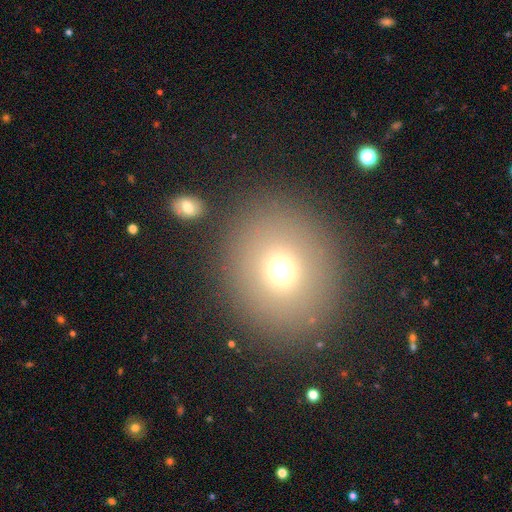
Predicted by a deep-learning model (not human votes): smooth_or_featured: smooth (p=0.70) [alt: star or artifact p=0.19]
how_rounded: round (p=0.79) [alt: in between p=0.20]
merging: none (p=0.88) [alt: minor disturbance p=0.06]